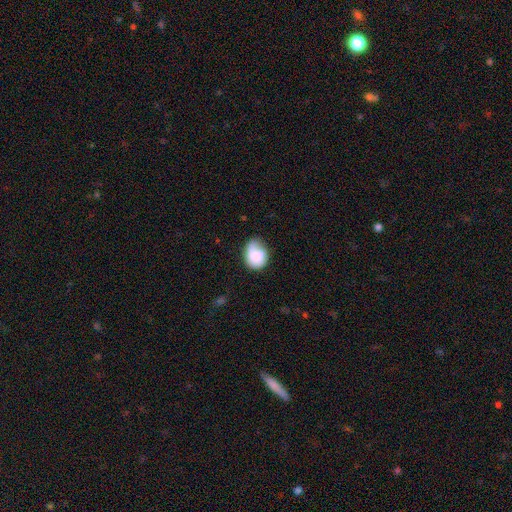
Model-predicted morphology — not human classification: A smooth galaxy with no disk features (72%) that is in between round and cigar-shaped (54%).

Vote fractions:
- Smooth or featured? smooth: 72% / featured or disk: 21% / star or artifact: 7%
- How rounded? in between: 54% / round: 45% / cigar-shaped: 1%
- Merging? none: 46% / minor disturbance: 35% / major disturbance: 15% / merger: 3%